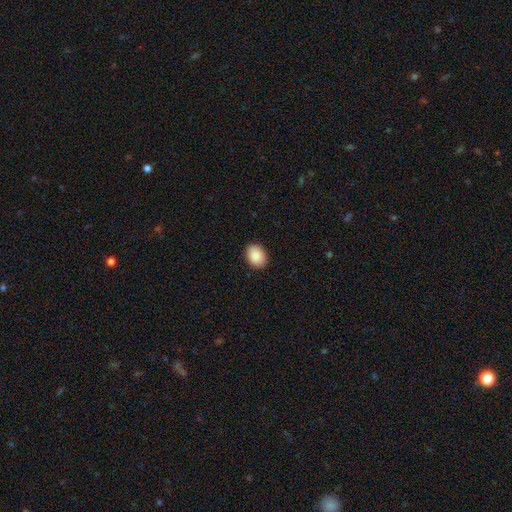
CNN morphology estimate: Overall: smooth (90%). How rounded: in between (73%). Merging: none (90%).